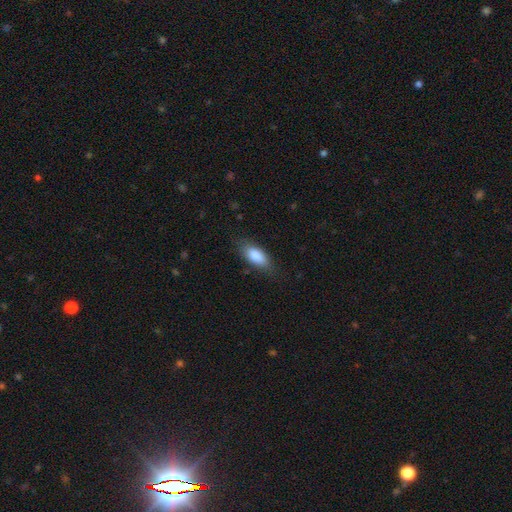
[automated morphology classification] A smooth galaxy with no disk features (86%) that is in between round and cigar-shaped (84%). Merging: none (78%).